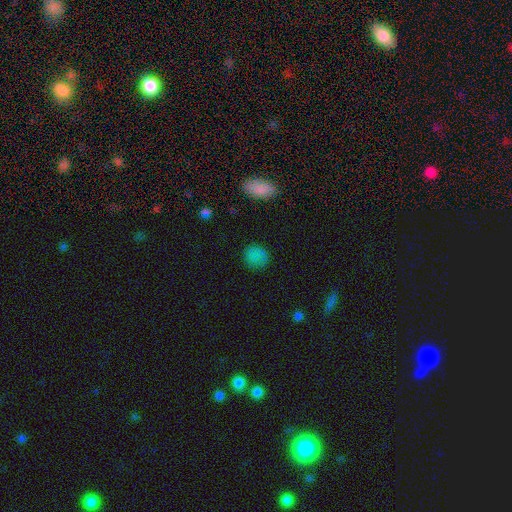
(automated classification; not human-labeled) Overall: smooth (79%). How rounded: round (80%). Merging: none (83%).